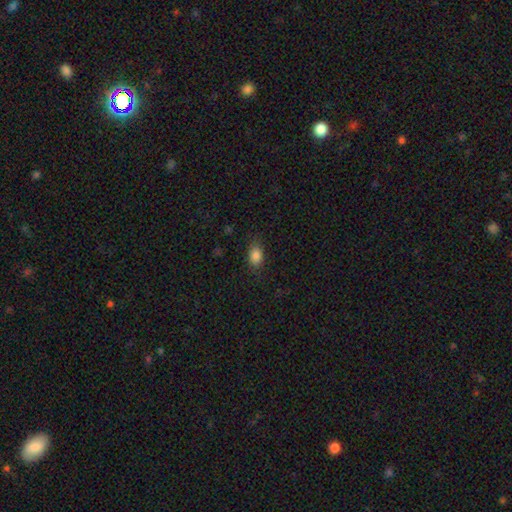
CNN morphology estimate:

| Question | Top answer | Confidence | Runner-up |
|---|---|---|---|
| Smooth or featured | smooth | 85% | star or artifact (9%) |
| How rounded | in between | 83% | round (15%) |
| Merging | none | 82% | minor disturbance (13%) |